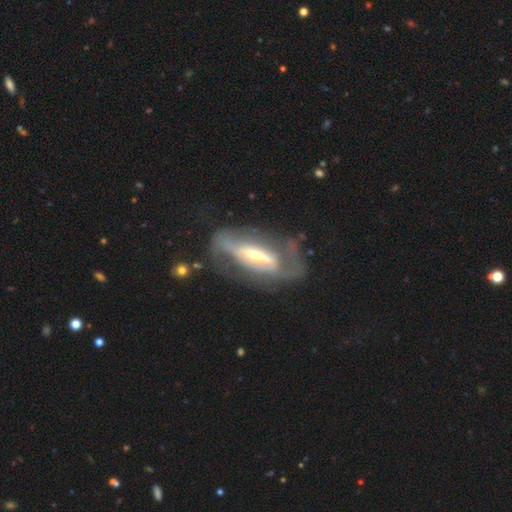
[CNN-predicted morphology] Smooth or featured? Predicted: featured or disk (p=0.75). Edge-on disk? Predicted: no (p=0.76). Bar? Predicted: strong (p=0.51). Spiral arms? Predicted: yes (p=0.61). Bulge size? Predicted: moderate (p=0.50). Merging? Predicted: none (p=0.40).